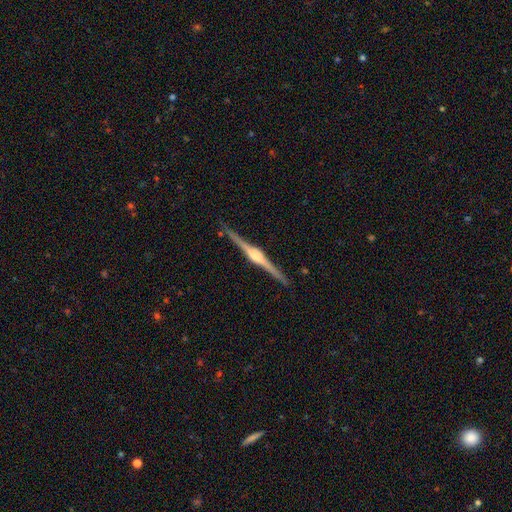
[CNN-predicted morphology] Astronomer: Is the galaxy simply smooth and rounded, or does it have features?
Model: featured or disk — 89%.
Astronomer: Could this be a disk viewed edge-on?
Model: yes — 99%.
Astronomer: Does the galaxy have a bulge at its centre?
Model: rounded — 81%.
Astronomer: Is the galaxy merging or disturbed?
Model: none — 91%.